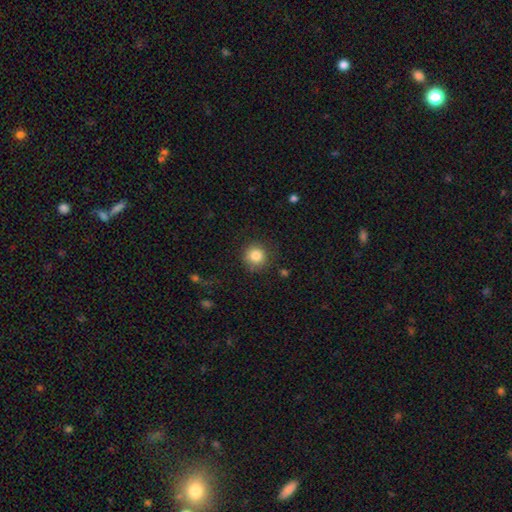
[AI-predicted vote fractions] smooth_or_featured: smooth (p=0.84) [alt: star or artifact p=0.10]
how_rounded: round (p=0.93) [alt: in between p=0.06]
merging: none (p=0.85) [alt: minor disturbance p=0.10]